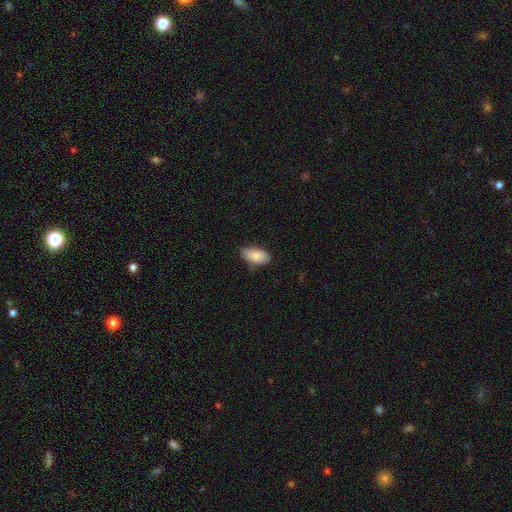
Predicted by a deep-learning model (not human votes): Smooth or featured? Predicted: smooth (p=0.82). How rounded? Predicted: in between (p=0.93). Merging? Predicted: none (p=0.71).